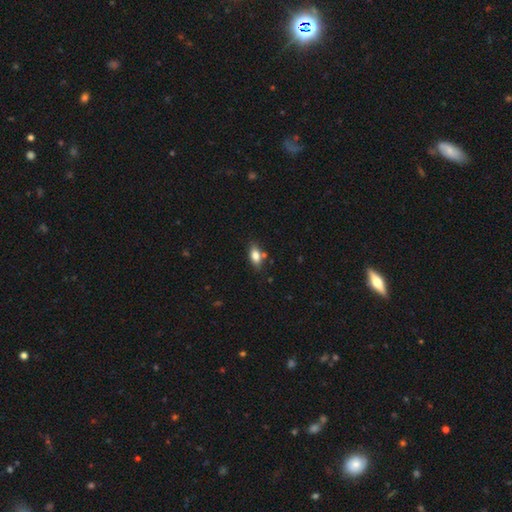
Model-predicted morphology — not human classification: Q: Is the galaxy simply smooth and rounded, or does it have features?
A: smooth — 80%.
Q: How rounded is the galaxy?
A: in between — 87%.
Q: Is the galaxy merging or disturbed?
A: none — 74%.